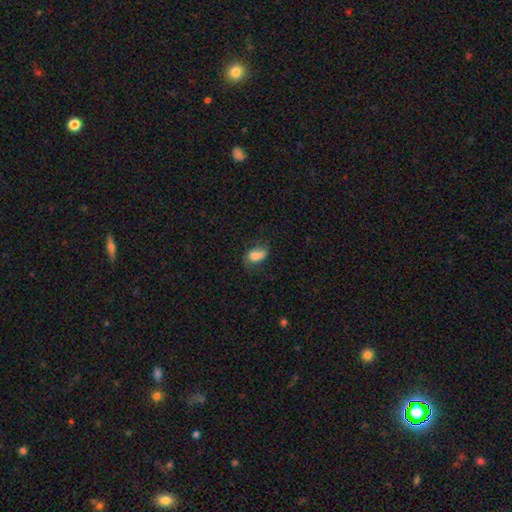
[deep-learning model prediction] Morphology: type=smooth (67%); roundness=in between (77%); merging=none (32%).